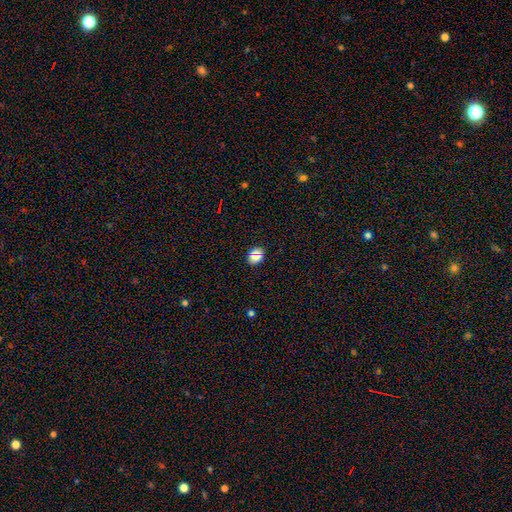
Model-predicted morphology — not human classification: A smooth galaxy with no disk features (77%) that is in between round and cigar-shaped (54%). Merging: none (87%).